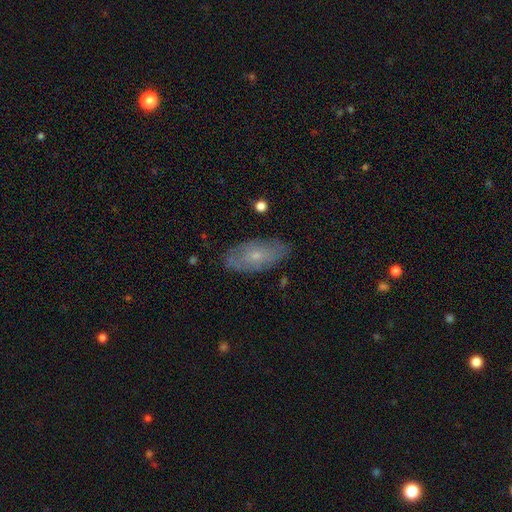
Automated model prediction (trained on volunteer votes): This is possibly a smooth galaxy (46%, tied with featured or disk). Merging: likely none (79%).